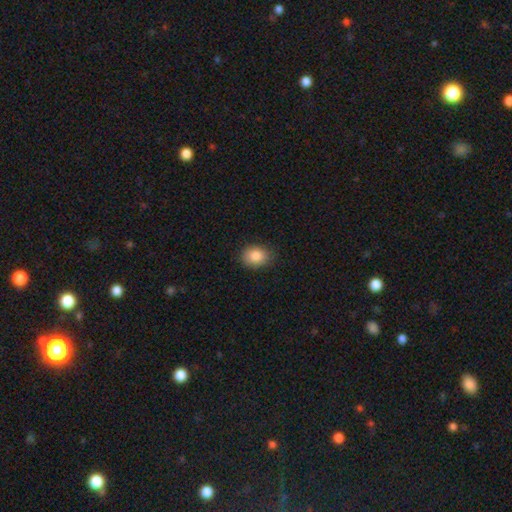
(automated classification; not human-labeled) A smooth galaxy with no disk features (86%) that is in between round and cigar-shaped (57%). Merging: none (81%).